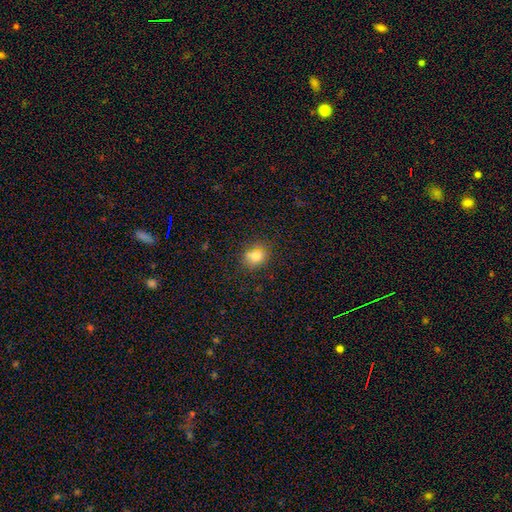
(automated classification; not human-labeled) smooth_or_featured: smooth (p=0.76) [alt: star or artifact p=0.16]
how_rounded: round (p=0.62) [alt: in between p=0.36]
merging: none (p=0.80) [alt: minor disturbance p=0.14]